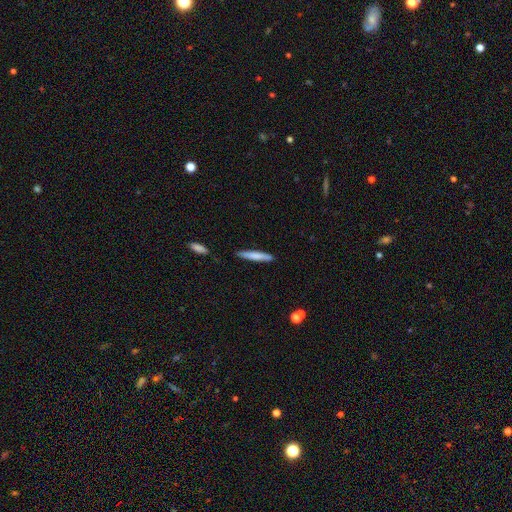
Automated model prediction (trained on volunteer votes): smooth 74%, featured or disk 20%, star or artifact 6%. Down the decision tree: how rounded — cigar-shaped (93%); merging — none (85%).